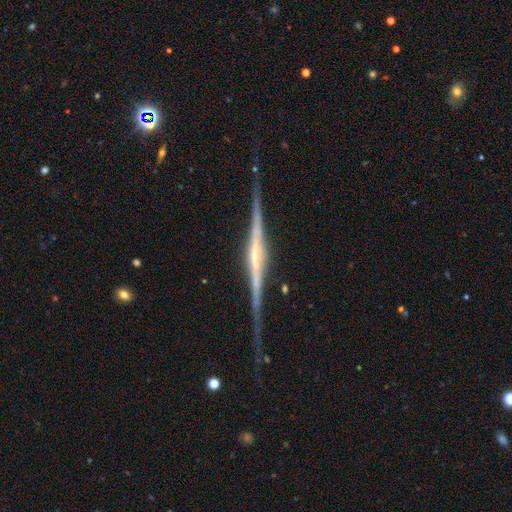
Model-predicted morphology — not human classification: smooth-or-featured: featured or disk: 87% | smooth: 8% | star or artifact: 5%
  disk-edge-on: yes: 98% | no: 2%
    edge-on-bulge: rounded: 49% | none: 29% | boxy: 22%
  merging: none: 83% | minor disturbance: 13% | major disturbance: 3% | merger: 2%